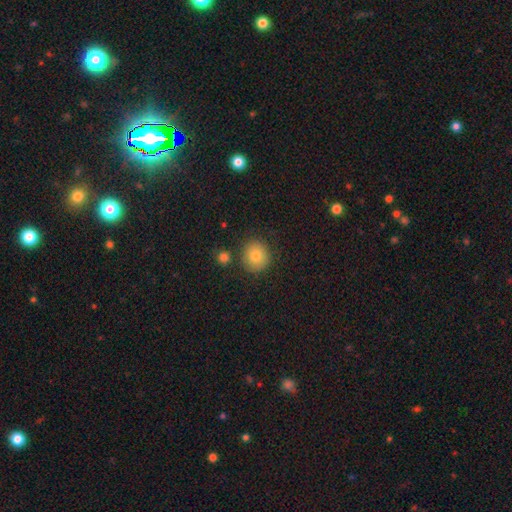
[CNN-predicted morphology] Q: Smooth or featured?
A: smooth (81%); runner-up: star or artifact (10%)
Q: How rounded?
A: round (90%); runner-up: in between (9%)
Q: Merging?
A: none (84%); runner-up: minor disturbance (8%)